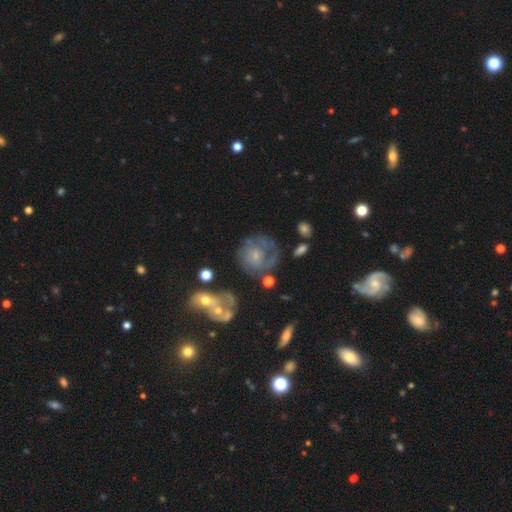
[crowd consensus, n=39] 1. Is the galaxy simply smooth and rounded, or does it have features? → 67% featured or disk, 28% smooth, 5% star or artifact.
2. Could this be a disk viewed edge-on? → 100% no, 0% yes.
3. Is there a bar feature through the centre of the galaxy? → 81% no, 19% weak, 0% strong.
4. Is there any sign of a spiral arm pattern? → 69% yes, 31% no.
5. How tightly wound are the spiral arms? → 67% tight, 22% medium, 11% loose.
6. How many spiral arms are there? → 72% can't tell, 17% 1, 11% 2, 0% 3, 0% 4, 0% more than 4.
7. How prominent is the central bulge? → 77% small, 19% moderate, 4% none, 0% dominant, 0% large.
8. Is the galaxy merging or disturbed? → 62% none, 16% major disturbance, 11% minor disturbance, 11% merger.